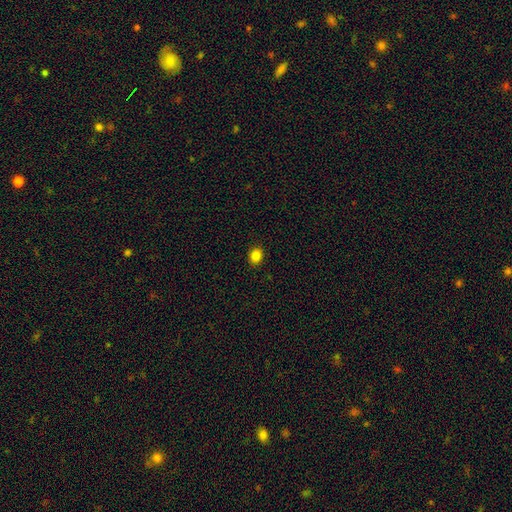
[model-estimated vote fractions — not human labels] Overall: smooth (84%). How rounded: in between (51%; round 48%). Merging: none (90%).